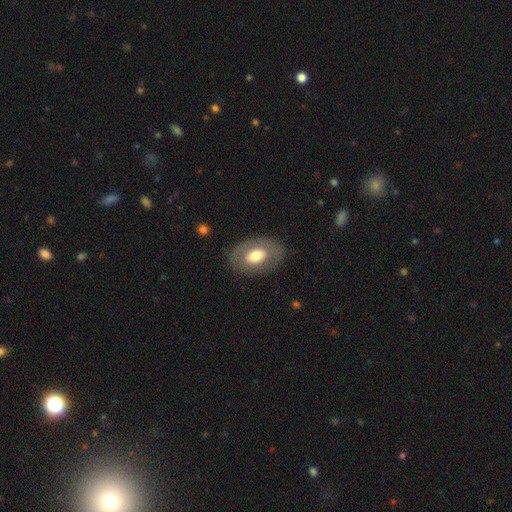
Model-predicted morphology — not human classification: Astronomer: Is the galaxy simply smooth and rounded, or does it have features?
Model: smooth — 60%.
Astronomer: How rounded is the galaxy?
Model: in between — 86%.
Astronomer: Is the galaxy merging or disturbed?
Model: none — 82%.